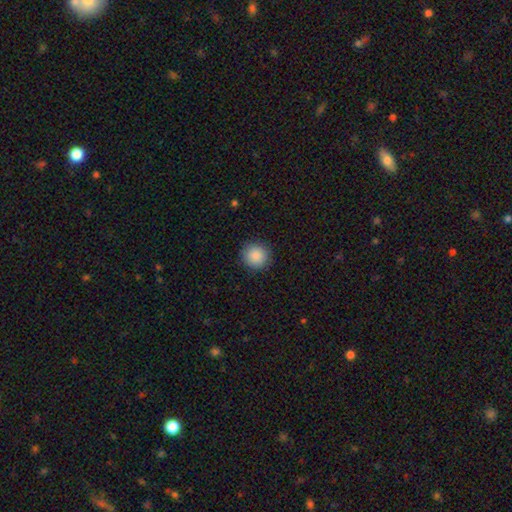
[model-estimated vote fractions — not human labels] Smooth or featured: smooth — 89% (star or artifact — 8%)
How rounded: round — 94% (in between — 5%)
Merging: none — 91% (minor disturbance — 6%)